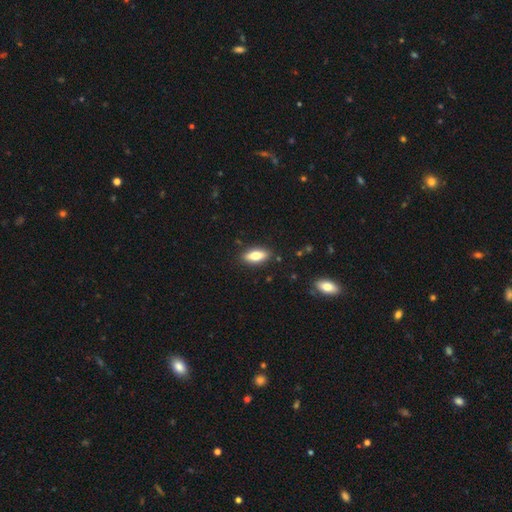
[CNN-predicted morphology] smooth_or_featured: smooth (p=0.74) [alt: featured or disk p=0.20]
how_rounded: in between (p=0.76) [alt: cigar-shaped p=0.21]
merging: none (p=0.88) [alt: minor disturbance p=0.09]